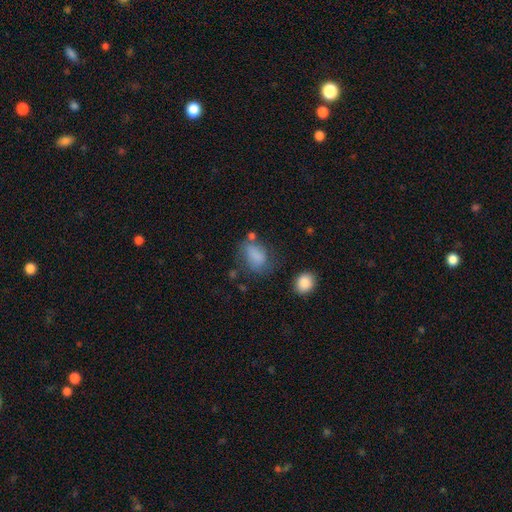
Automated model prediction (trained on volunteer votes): This appears to be a smooth galaxy with no disk features (78%) that is in between round and cigar-shaped (74%). Merging: none (49%).